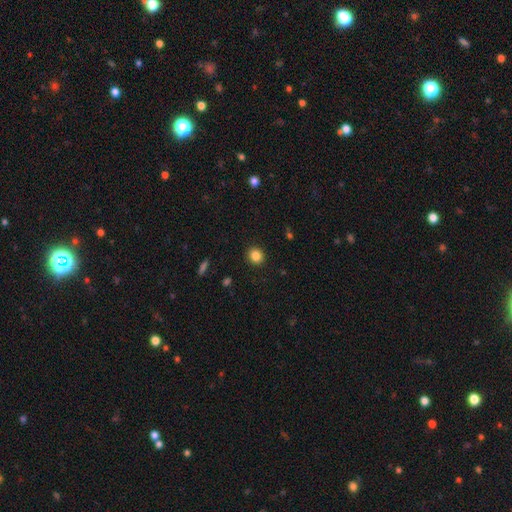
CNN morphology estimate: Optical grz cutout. It shows a smooth galaxy with no disk features (85%) that is round (80%). Merging: none (91%).